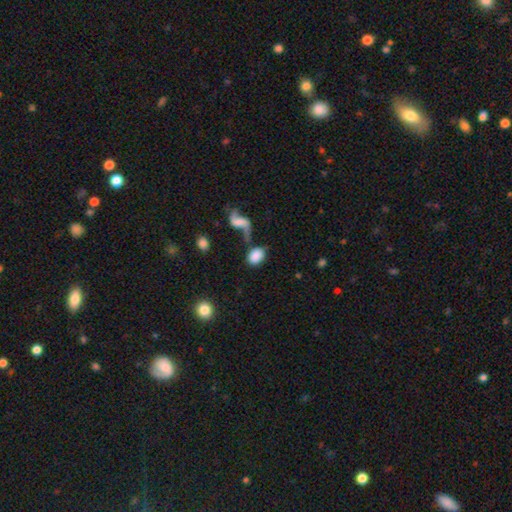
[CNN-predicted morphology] smooth_or_featured: smooth (p=0.77) [alt: featured or disk p=0.15]
how_rounded: in between (p=0.77) [alt: round p=0.21]
merging: none (p=0.45) [alt: merger p=0.26]